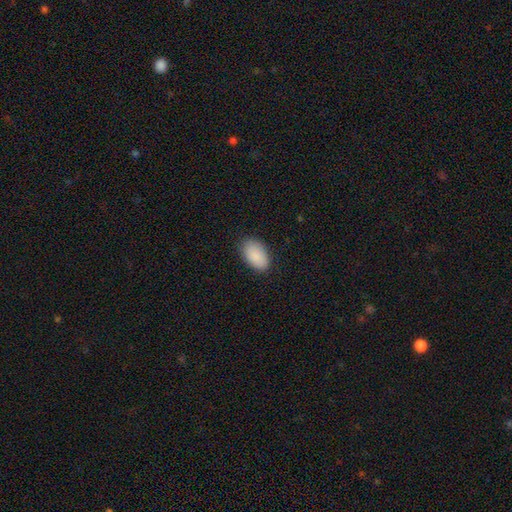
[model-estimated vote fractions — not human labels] smooth_or_featured: smooth (p=0.90) [alt: star or artifact p=0.06]
how_rounded: in between (p=0.94) [alt: round p=0.04]
merging: none (p=0.84) [alt: minor disturbance p=0.13]